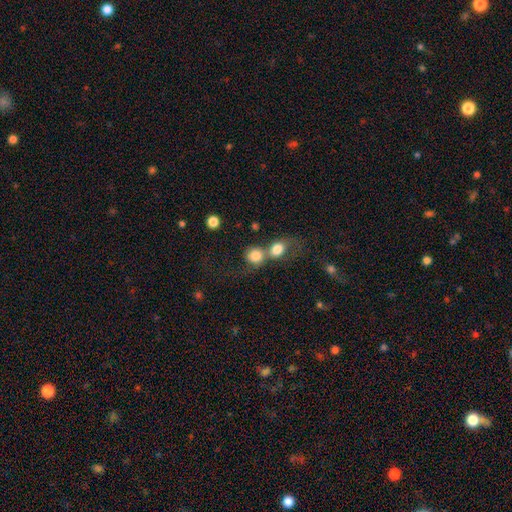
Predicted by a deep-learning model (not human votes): smooth-or-featured: smooth: 80% | featured or disk: 11% | star or artifact: 9%
  how-rounded: round: 78% | in between: 20% | cigar-shaped: 1%
  merging: merger: 63% | none: 23% | major disturbance: 7% | minor disturbance: 7%